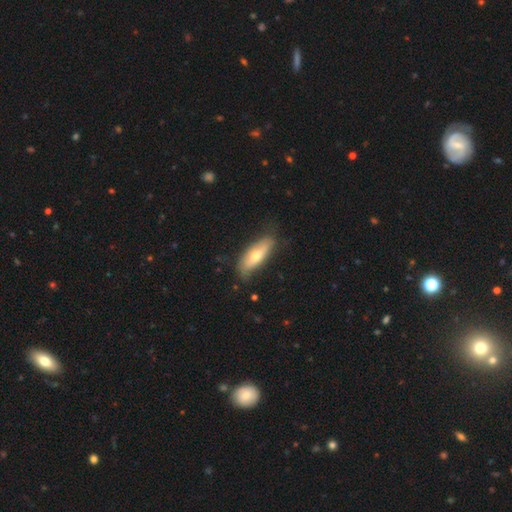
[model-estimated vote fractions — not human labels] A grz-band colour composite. It shows a smooth galaxy with no disk features (61%) that is in between round and cigar-shaped (63%). Merging: none (74%).